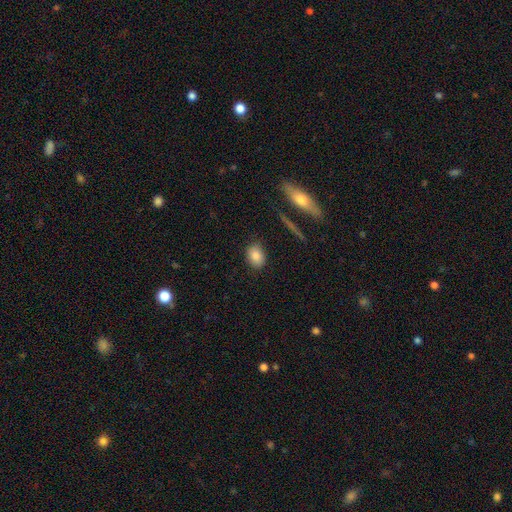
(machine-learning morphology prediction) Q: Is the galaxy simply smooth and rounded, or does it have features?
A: smooth — 85%.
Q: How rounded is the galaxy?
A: in between — 73%.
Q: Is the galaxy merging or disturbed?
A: none — 84%.